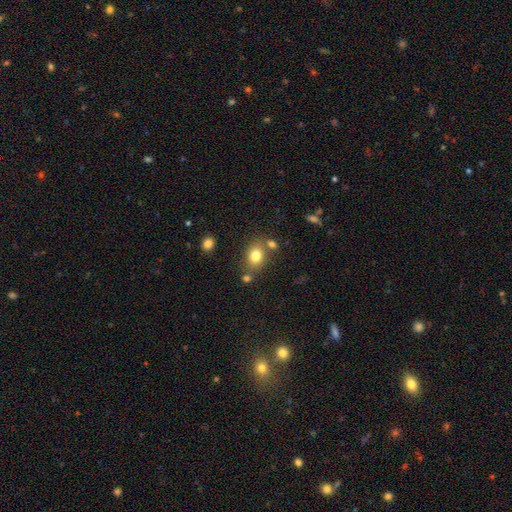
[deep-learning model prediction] Smooth or featured?
  - smooth: 79% *
  - star or artifact: 11%
  - featured or disk: 10%
How rounded?
  - in between: 62% *
  - round: 37%
  - cigar-shaped: 1%
Merging?
  - none: 68% *
  - merger: 14%
  - minor disturbance: 13%
  - major disturbance: 4%